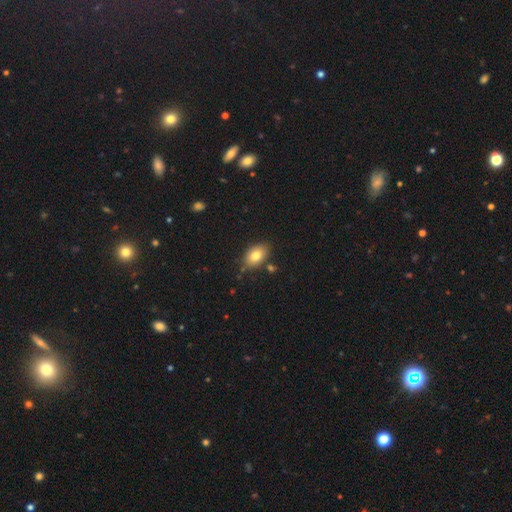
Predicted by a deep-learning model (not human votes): Smooth or featured? smooth (79%)
How rounded? in between (86%)
Merging? none (77%)